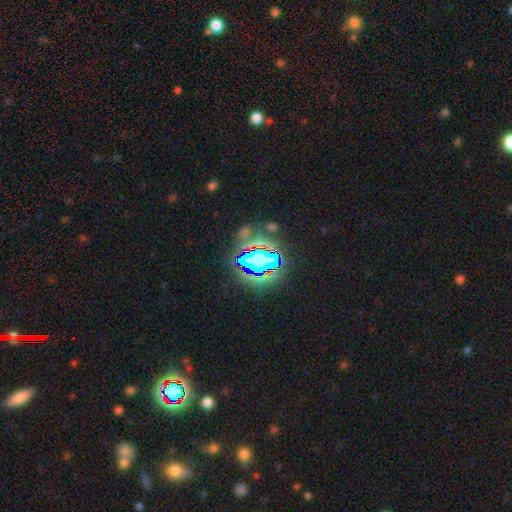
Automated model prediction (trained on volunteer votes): Smooth or featured: star or artifact — 83% (smooth — 10%)